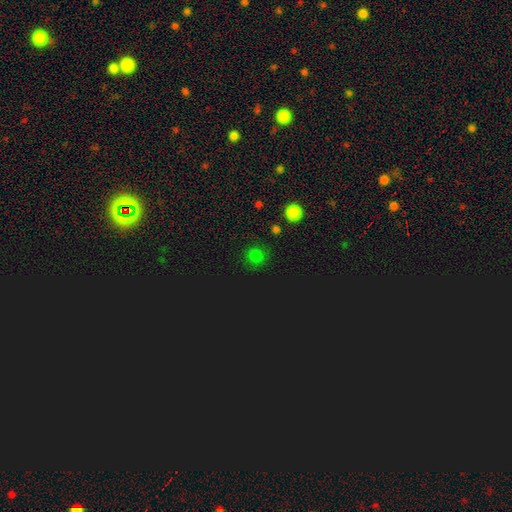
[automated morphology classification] smooth_or_featured: smooth (p=0.65) [alt: star or artifact p=0.30]
how_rounded: round (p=0.91) [alt: in between p=0.08]
merging: none (p=0.85) [alt: minor disturbance p=0.09]